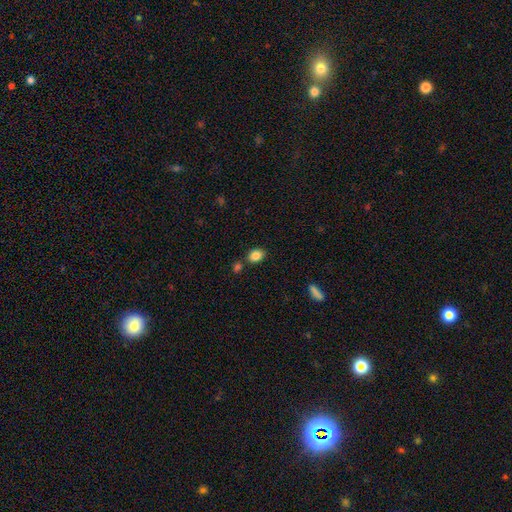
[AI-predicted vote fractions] This is clearly a smooth galaxy (85%). How rounded: likely in between (70%). Merging: likely none (75%).